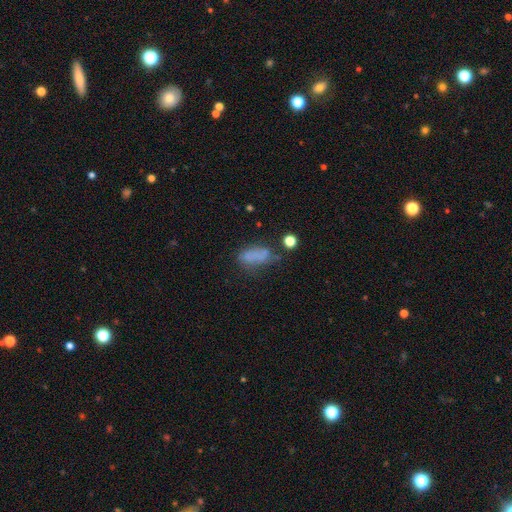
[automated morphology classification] The model was most divided on "merging": none: 41%, minor disturbance: 26%, major disturbance: 21%, merger: 12%. More confident: how rounded — in between (77%); smooth or featured — smooth (65%).